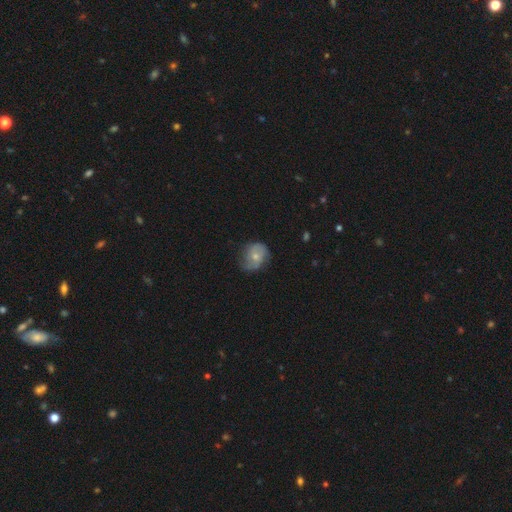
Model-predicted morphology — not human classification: The model was most divided on "smooth or featured": smooth: 50%, featured or disk: 42%, star or artifact: 8%. More confident: how rounded — round (57%); merging — none (56%).